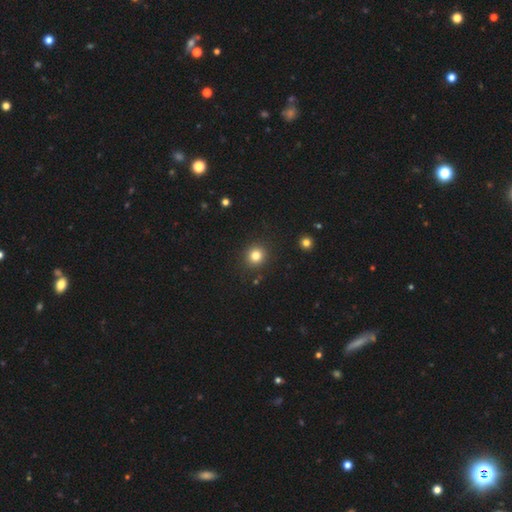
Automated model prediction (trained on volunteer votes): This is clearly a smooth galaxy (81%). How rounded: clearly round (89%). Merging: clearly none (90%).